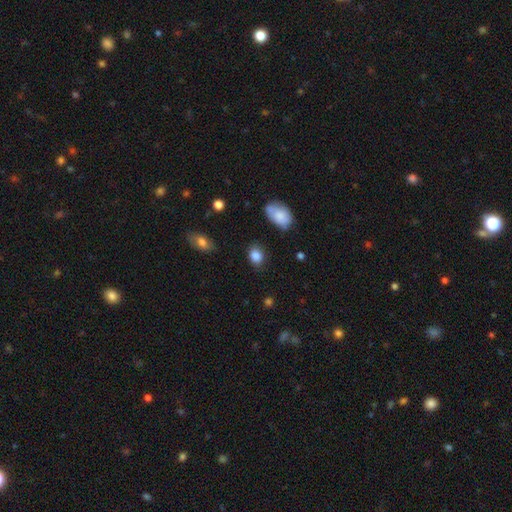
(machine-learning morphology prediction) The model was most divided on "how rounded": in between: 60%, round: 38%, cigar-shaped: 1%. More confident: smooth or featured — smooth (85%); merging — none (77%).